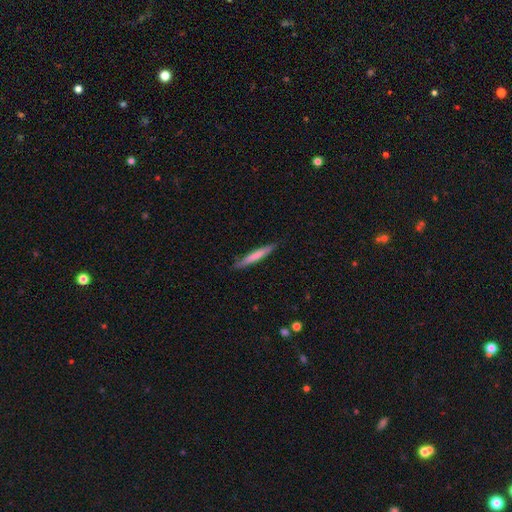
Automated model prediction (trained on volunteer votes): smooth_or_featured: smooth (p=0.69) [alt: featured or disk p=0.26]
how_rounded: cigar-shaped (p=0.96) [alt: in between p=0.03]
merging: none (p=0.88) [alt: minor disturbance p=0.09]